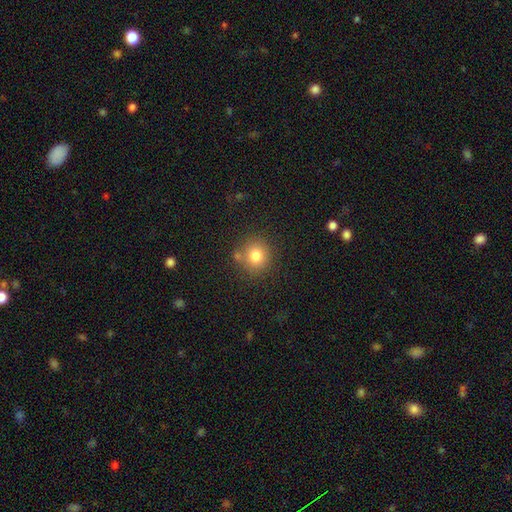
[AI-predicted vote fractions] Smooth or featured? smooth (79%)
How rounded? round (89%)
Merging? none (77%)